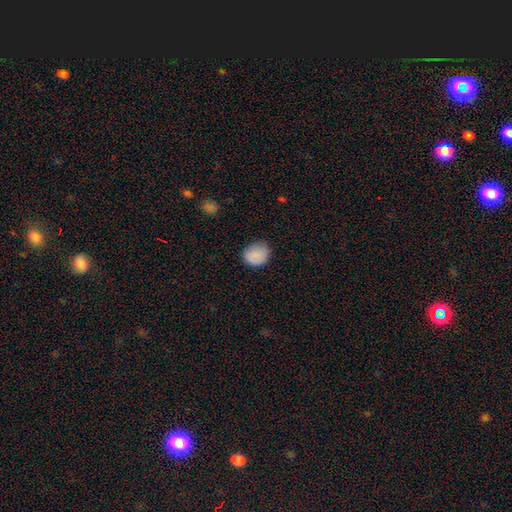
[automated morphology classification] Smooth or featured: smooth — 88% (star or artifact — 8%)
How rounded: round — 66% (in between — 33%)
Merging: none — 78% (minor disturbance — 18%)